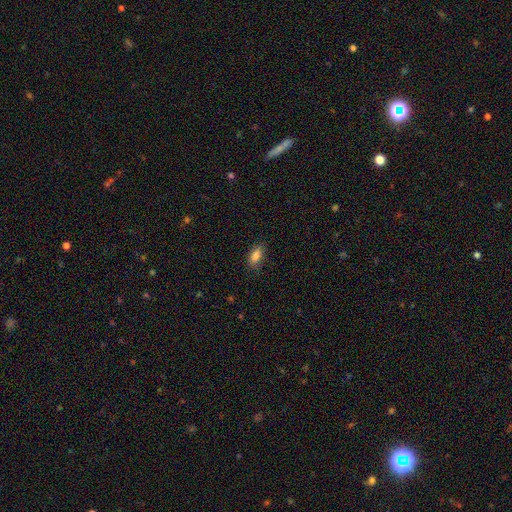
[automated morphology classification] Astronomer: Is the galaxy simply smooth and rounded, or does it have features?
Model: smooth — 85%.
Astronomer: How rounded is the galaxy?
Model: in between — 86%.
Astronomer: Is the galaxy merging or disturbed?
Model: none — 83%.